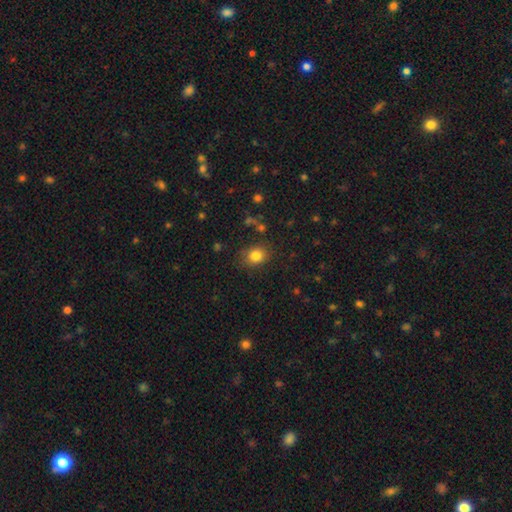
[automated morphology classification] smooth_or_featured: smooth (p=0.82) [alt: star or artifact p=0.12]
how_rounded: round (p=0.59) [alt: in between p=0.41]
merging: none (p=0.81) [alt: minor disturbance p=0.13]